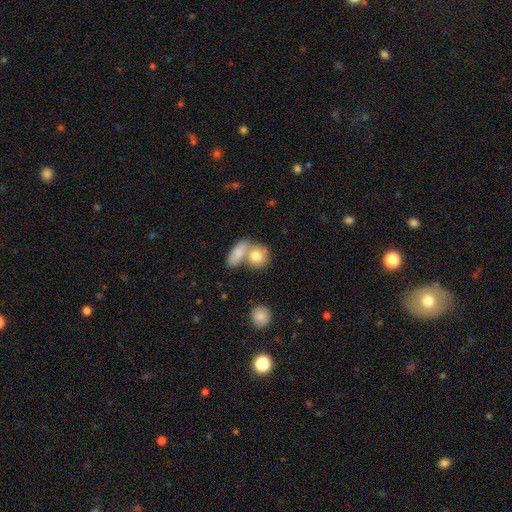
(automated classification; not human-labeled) A smooth galaxy with no disk features (79%) that is round (64%).

Vote fractions:
- Smooth or featured? smooth: 79% / featured or disk: 13% / star or artifact: 8%
- How rounded? round: 64% / in between: 34% / cigar-shaped: 3%
- Merging? merger: 49% / none: 38% / minor disturbance: 9% / major disturbance: 4%